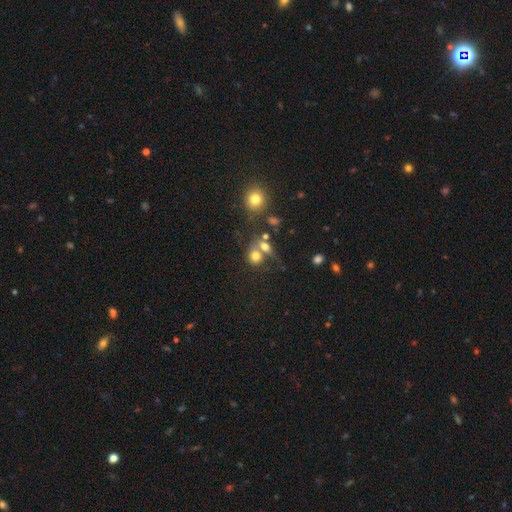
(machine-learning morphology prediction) smooth 72%, featured or disk 15%, star or artifact 13%. Down the decision tree: how rounded — round (69%); merging — merger (47%).